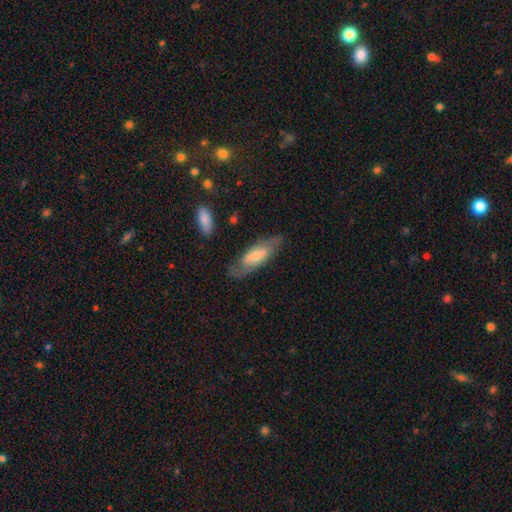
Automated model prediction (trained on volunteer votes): Smooth or featured? featured or disk (50%)
Merging? none (74%)